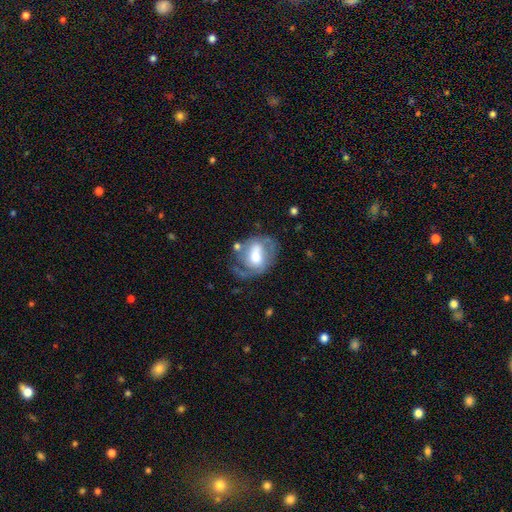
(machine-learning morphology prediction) Smooth or featured? Predicted: featured or disk (p=0.60). Edge-on disk? Predicted: no (p=0.96). Bar? Predicted: weak (p=0.42). Spiral arms? Predicted: yes (p=0.70). Bulge size? Predicted: moderate (p=0.50). Merging? Predicted: none (p=0.45).